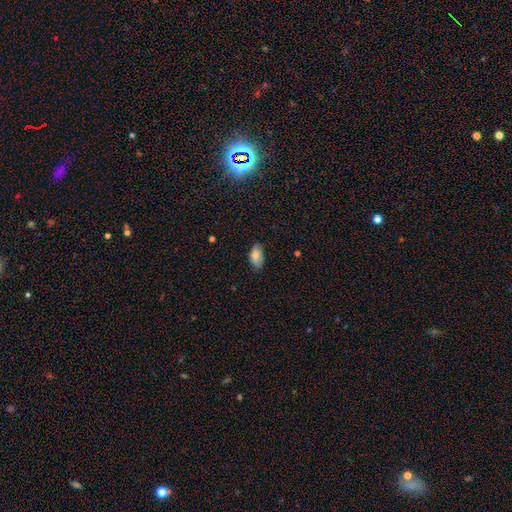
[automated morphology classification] Smooth or featured: smooth — 80% (featured or disk — 13%)
How rounded: in between — 94% (round — 3%)
Merging: none — 76% (minor disturbance — 20%)